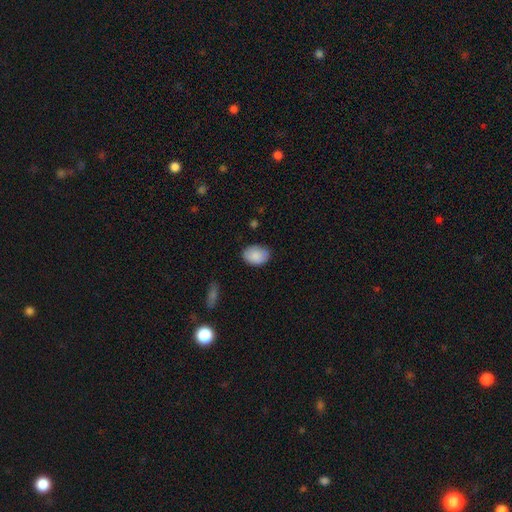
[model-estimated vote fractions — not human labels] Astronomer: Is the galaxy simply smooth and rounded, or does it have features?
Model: smooth — 86%.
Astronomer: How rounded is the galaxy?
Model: in between — 76%.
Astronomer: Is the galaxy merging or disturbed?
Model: none — 75%.